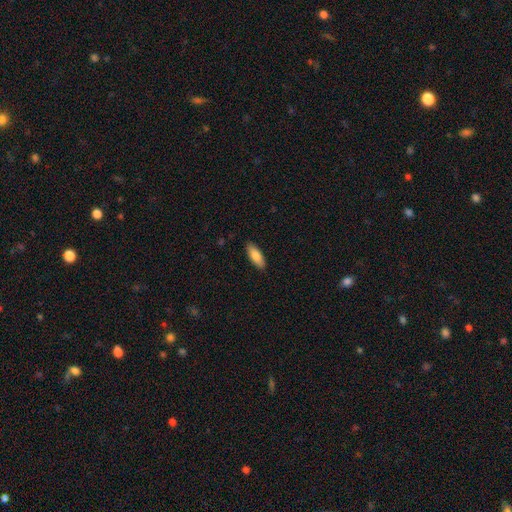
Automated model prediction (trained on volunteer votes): Smooth or featured? smooth (83%)
How rounded? in between (71%)
Merging? none (89%)